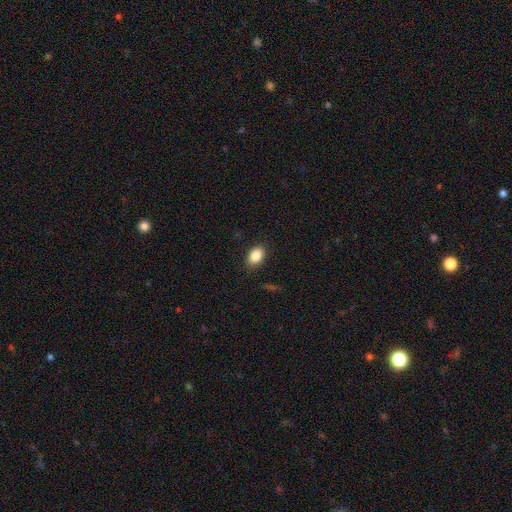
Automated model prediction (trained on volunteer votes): Smooth or featured?
  - smooth: 86% *
  - star or artifact: 8%
  - featured or disk: 6%
How rounded?
  - in between: 83% *
  - round: 16%
  - cigar-shaped: 1%
Merging?
  - none: 87% *
  - minor disturbance: 9%
  - major disturbance: 2%
  - merger: 1%